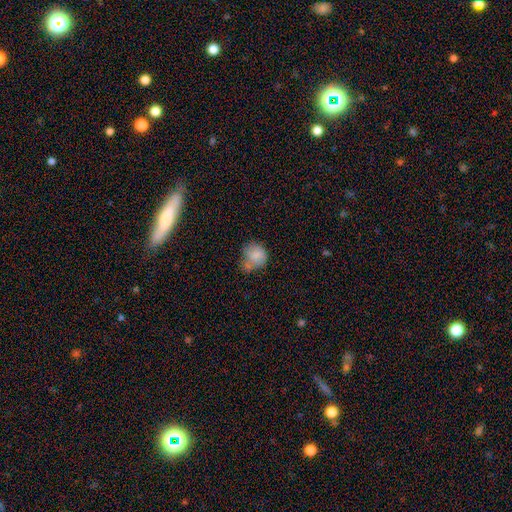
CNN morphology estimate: Q: Smooth or featured?
A: smooth (77%); runner-up: featured or disk (15%)
Q: How rounded?
A: round (71%); runner-up: in between (28%)
Q: Merging?
A: none (35%); runner-up: minor disturbance (30%)